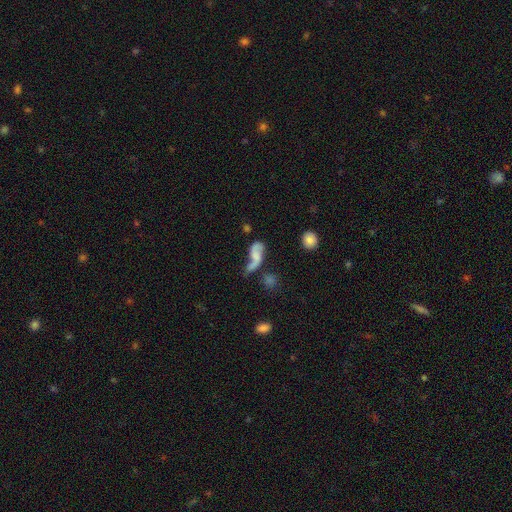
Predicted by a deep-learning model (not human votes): Smooth or featured: featured or disk — 61% (smooth — 29%)
Edge-on disk: no — 94% (yes — 6%)
Bar: no — 61% (weak — 29%)
Spiral arms: yes — 81% (no — 19%)
Bulge size: none — 52% (small — 25%)
Merging: none — 31% (major disturbance — 29%)